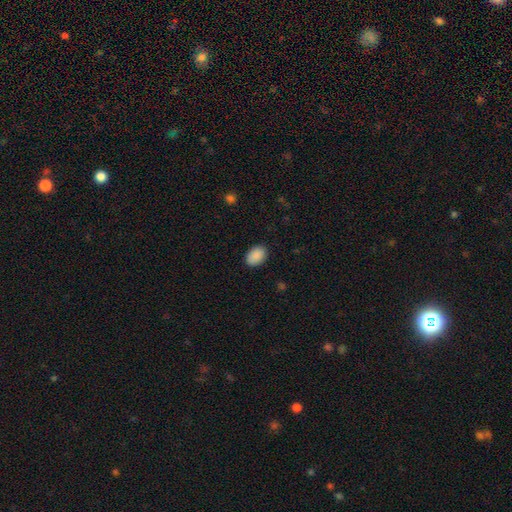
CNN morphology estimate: A smooth galaxy with no disk features (90%) that is in between round and cigar-shaped (79%). Merging: none (88%).